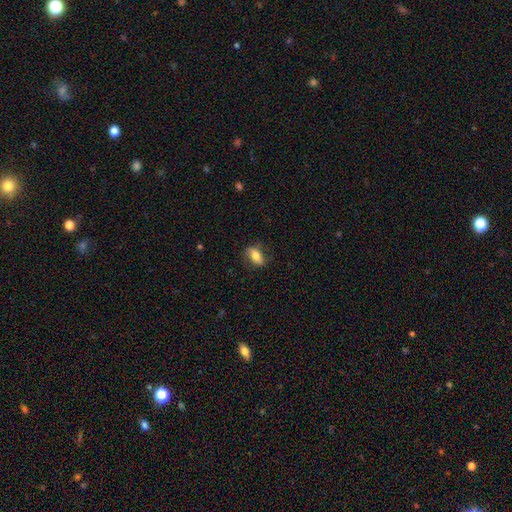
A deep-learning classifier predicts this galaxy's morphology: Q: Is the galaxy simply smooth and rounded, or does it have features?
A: smooth — 70%.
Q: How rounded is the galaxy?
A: in between — 85%.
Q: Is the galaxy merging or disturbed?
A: none — 75%.